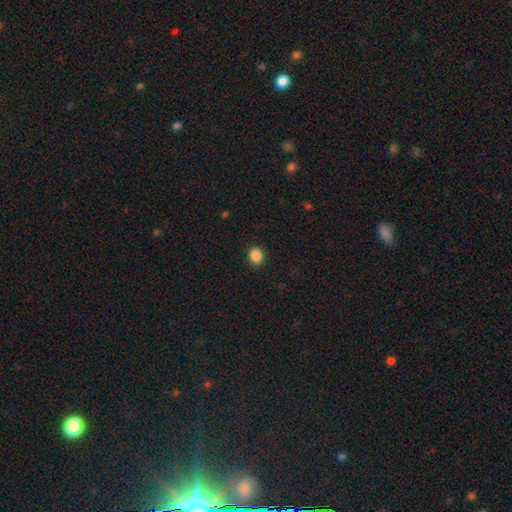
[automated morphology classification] smooth-or-featured: smooth: 87% | star or artifact: 10% | featured or disk: 3%
  how-rounded: round: 69% | in between: 30% | cigar-shaped: 1%
  merging: none: 91% | minor disturbance: 6% | major disturbance: 2% | merger: 1%